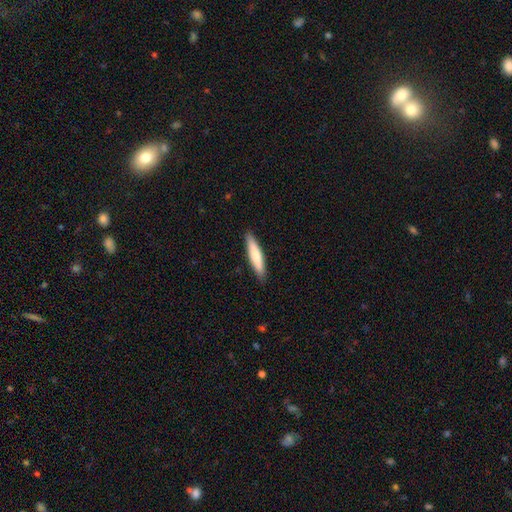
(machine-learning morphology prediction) The model was most divided on "smooth or featured": smooth: 70%, featured or disk: 25%, star or artifact: 5%. More confident: merging — none (89%); how rounded — cigar-shaped (86%).